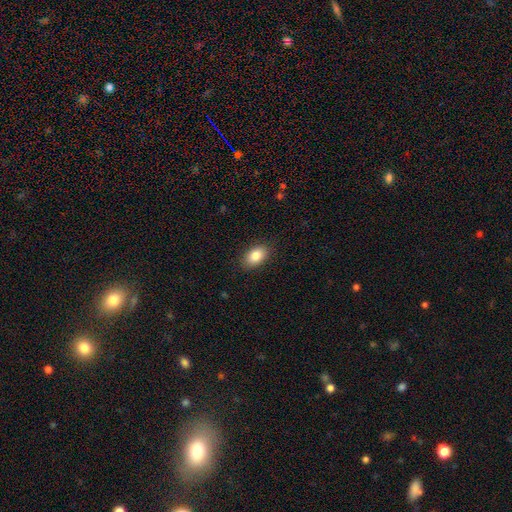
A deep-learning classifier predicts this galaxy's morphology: A smooth galaxy with no disk features (85%) that is in between round and cigar-shaped (90%). Merging: none (87%).